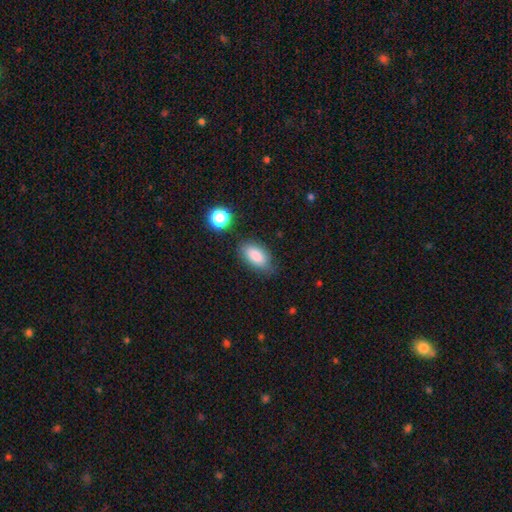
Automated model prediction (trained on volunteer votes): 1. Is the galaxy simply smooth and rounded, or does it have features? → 85% smooth, 8% star or artifact, 7% featured or disk.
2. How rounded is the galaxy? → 91% in between, 4% round, 4% cigar-shaped.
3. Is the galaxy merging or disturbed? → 76% none, 17% minor disturbance, 4% major disturbance, 3% merger.